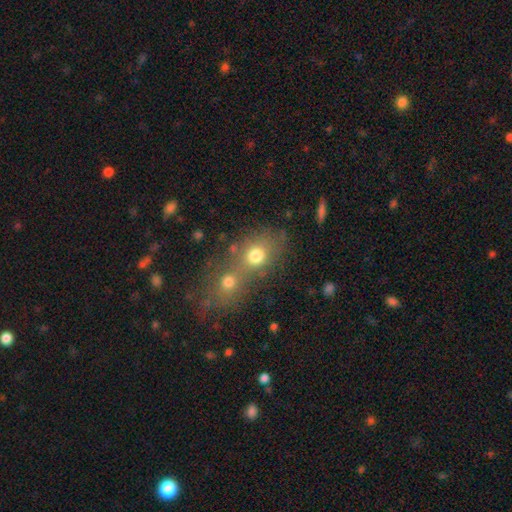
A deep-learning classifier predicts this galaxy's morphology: Q: Smooth or featured?
A: smooth (72%); runner-up: star or artifact (15%)
Q: How rounded?
A: round (66%); runner-up: in between (33%)
Q: Merging?
A: merger (55%); runner-up: none (34%)